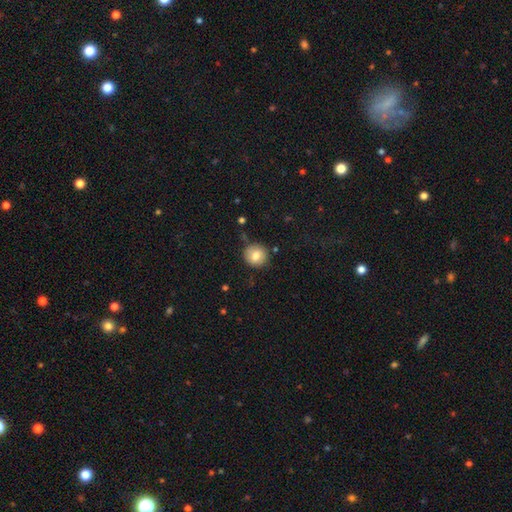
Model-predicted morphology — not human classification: smooth-or-featured: smooth: 80% | featured or disk: 11% | star or artifact: 9%
  how-rounded: round: 92% | in between: 7% | cigar-shaped: 1%
  merging: none: 84% | minor disturbance: 11% | merger: 2% | major disturbance: 2%